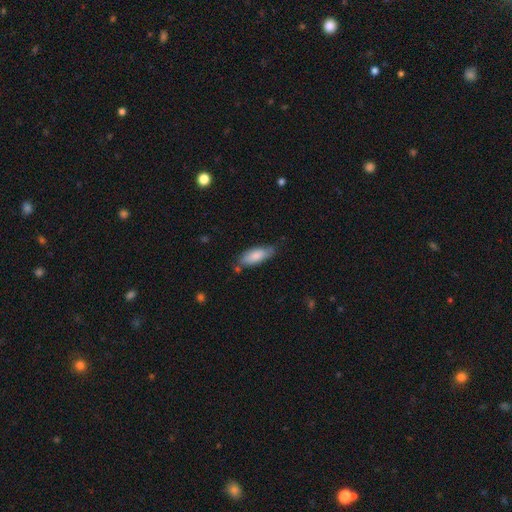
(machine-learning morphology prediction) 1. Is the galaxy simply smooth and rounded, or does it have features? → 82% smooth, 12% featured or disk, 6% star or artifact.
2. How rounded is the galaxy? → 72% in between, 26% cigar-shaped, 2% round.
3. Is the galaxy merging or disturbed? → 69% none, 23% minor disturbance, 4% merger, 4% major disturbance.